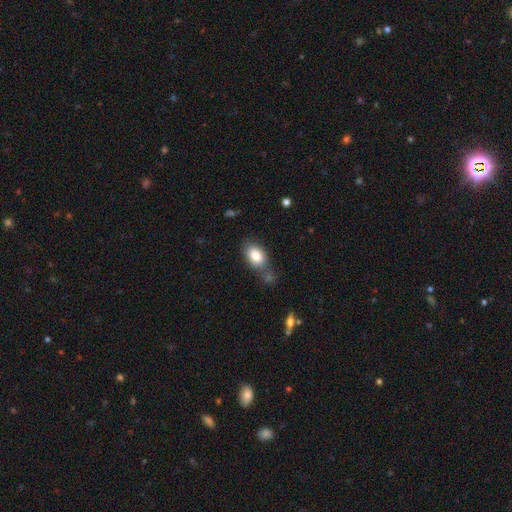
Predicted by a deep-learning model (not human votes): smooth-or-featured: smooth: 82% | featured or disk: 10% | star or artifact: 8%
  how-rounded: in between: 86% | round: 12% | cigar-shaped: 2%
  merging: none: 63% | minor disturbance: 19% | merger: 12% | major disturbance: 6%